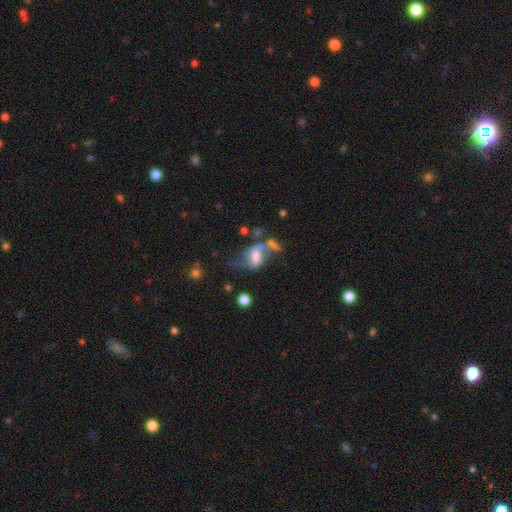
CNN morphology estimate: type=featured or disk (52%); edge-on=no (93%); merging=major disturbance (29%).